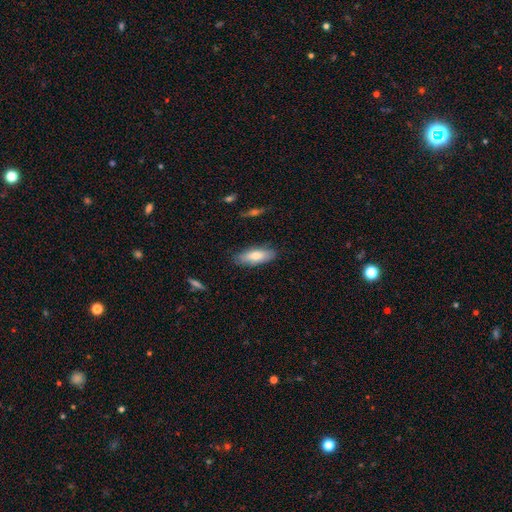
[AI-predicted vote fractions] This is likely a smooth galaxy (75%). How rounded: likely in between (67%). Merging: clearly none (84%).